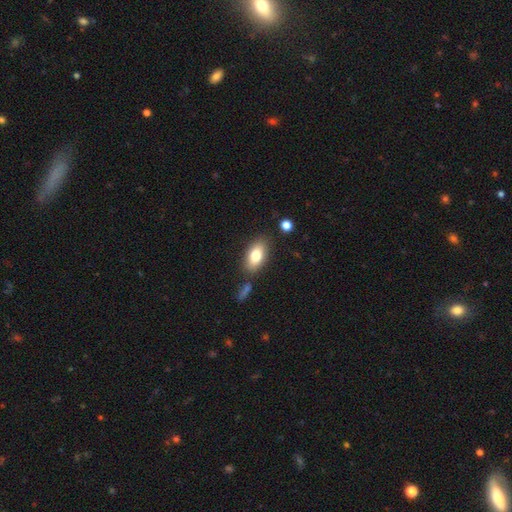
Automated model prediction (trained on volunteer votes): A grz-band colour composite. It shows a smooth galaxy with no disk features (78%) that is in between round and cigar-shaped (89%). Merging: none (79%).